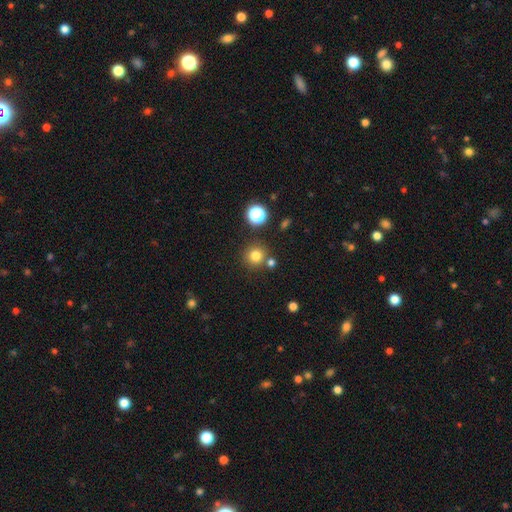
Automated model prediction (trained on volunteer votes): A smooth galaxy with no disk features (78%) that is round (93%). Merging: none (80%).